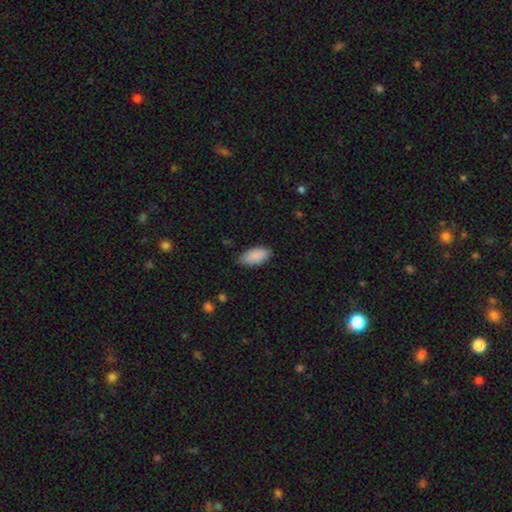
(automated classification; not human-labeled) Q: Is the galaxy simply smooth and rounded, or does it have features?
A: smooth — 89%.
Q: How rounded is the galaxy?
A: in between — 93%.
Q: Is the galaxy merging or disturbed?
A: none — 82%.